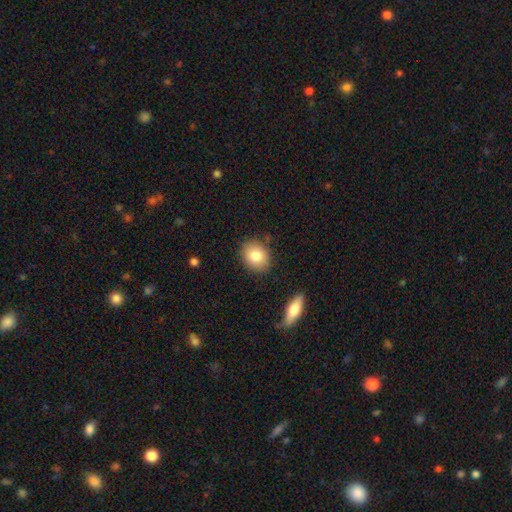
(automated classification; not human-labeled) smooth-or-featured: smooth: 82% | featured or disk: 10% | star or artifact: 8%
  how-rounded: round: 56% | in between: 43% | cigar-shaped: 1%
  merging: none: 84% | minor disturbance: 11% | merger: 3% | major disturbance: 2%